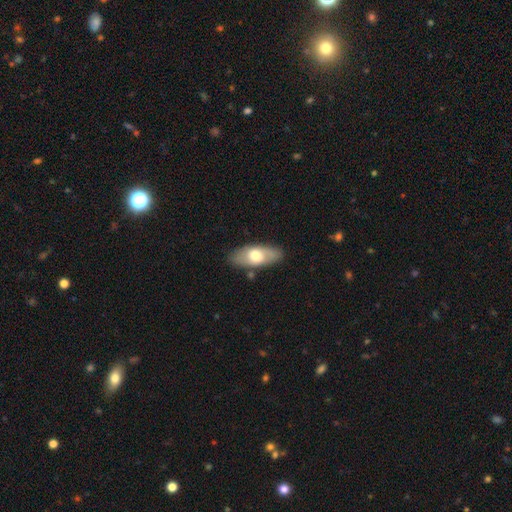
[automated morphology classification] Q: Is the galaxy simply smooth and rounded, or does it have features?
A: smooth — 61%.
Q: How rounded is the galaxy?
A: in between — 83%.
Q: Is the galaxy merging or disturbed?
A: none — 83%.